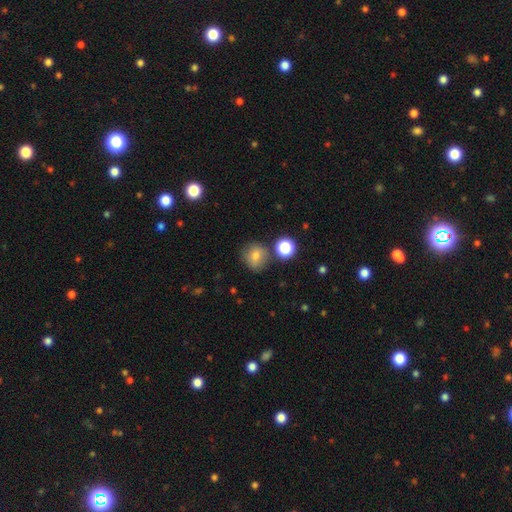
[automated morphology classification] A smooth galaxy with no disk features (74%) that is round (83%).

Vote fractions:
- Smooth or featured? smooth: 74% / featured or disk: 13% / star or artifact: 13%
- How rounded? round: 83% / in between: 16% / cigar-shaped: 1%
- Merging? none: 70% / minor disturbance: 14% / merger: 11% / major disturbance: 5%